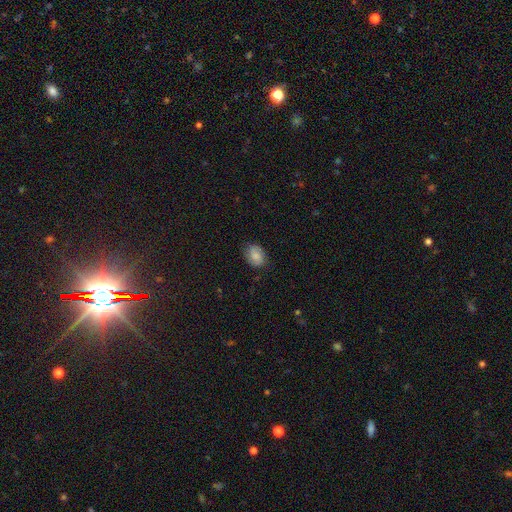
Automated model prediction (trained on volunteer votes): smooth-or-featured: smooth: 66% | featured or disk: 25% | star or artifact: 9%
  how-rounded: in between: 69% | round: 30% | cigar-shaped: 1%
  merging: none: 78% | minor disturbance: 17% | major disturbance: 4% | merger: 1%